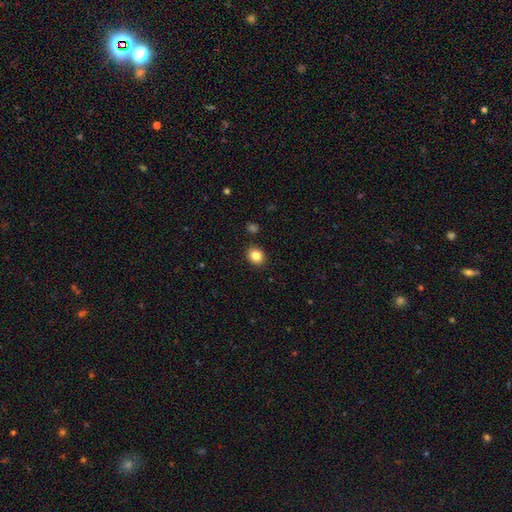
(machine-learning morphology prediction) smooth_or_featured: smooth (p=0.84) [alt: star or artifact p=0.10]
how_rounded: round (p=0.65) [alt: in between p=0.34]
merging: none (p=0.90) [alt: minor disturbance p=0.07]